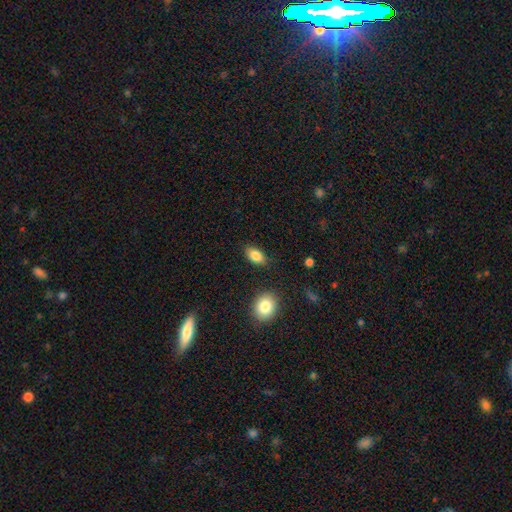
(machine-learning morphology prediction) Smooth or featured: smooth — 85% (star or artifact — 8%)
How rounded: in between — 89% (round — 7%)
Merging: none — 84% (minor disturbance — 11%)